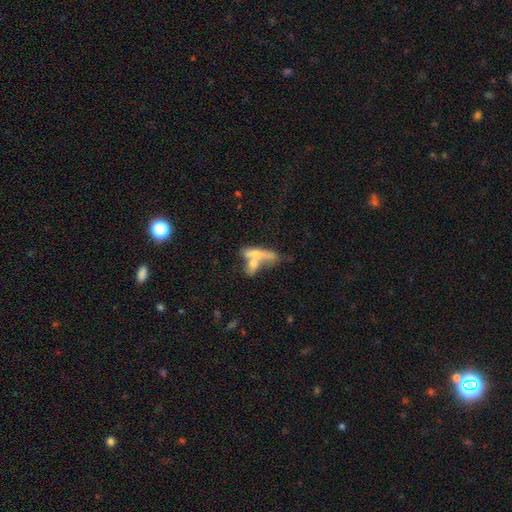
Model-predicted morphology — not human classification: This is possibly a smooth galaxy (54%). How rounded: possibly cigar-shaped (60%). Merging: possibly merger (55%).